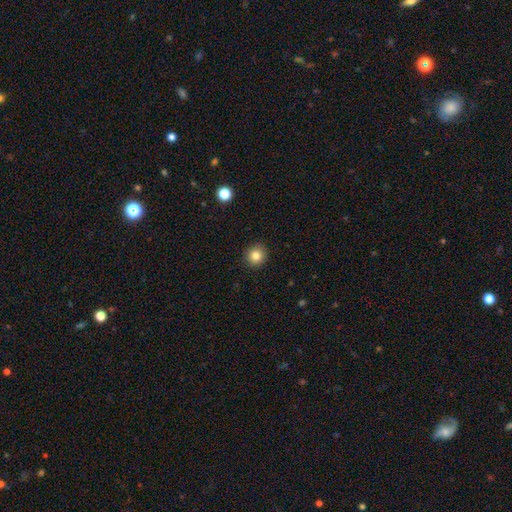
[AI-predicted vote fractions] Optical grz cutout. It shows a smooth galaxy with no disk features (82%) that is round (90%). Merging: none (91%).